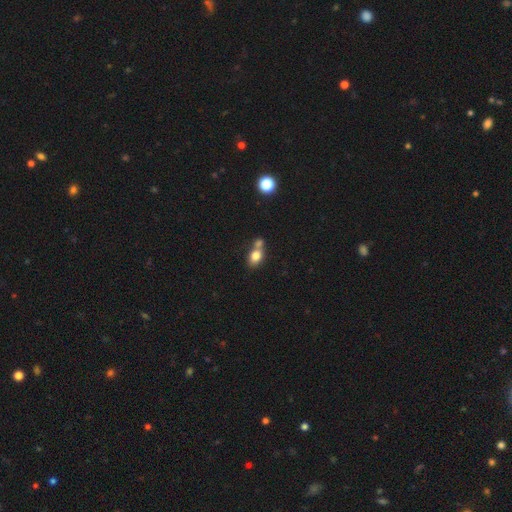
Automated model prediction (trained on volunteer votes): The model was most divided on "merging": merger: 46%, none: 38%, minor disturbance: 11%, major disturbance: 4%. More confident: smooth or featured — smooth (79%); how rounded — in between (65%).